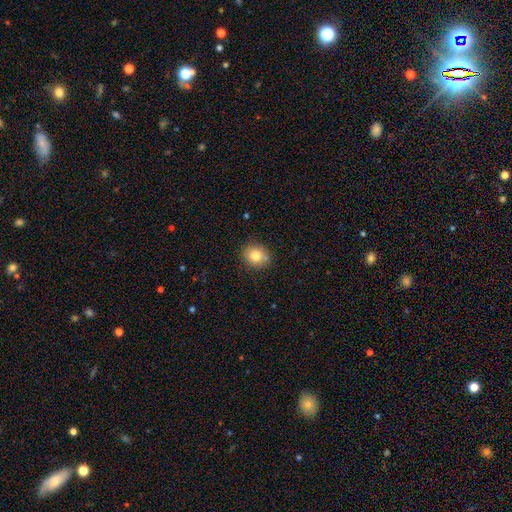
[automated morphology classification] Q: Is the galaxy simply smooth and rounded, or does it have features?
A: smooth — 81%.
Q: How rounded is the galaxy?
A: round — 80%.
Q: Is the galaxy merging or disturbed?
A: none — 82%.